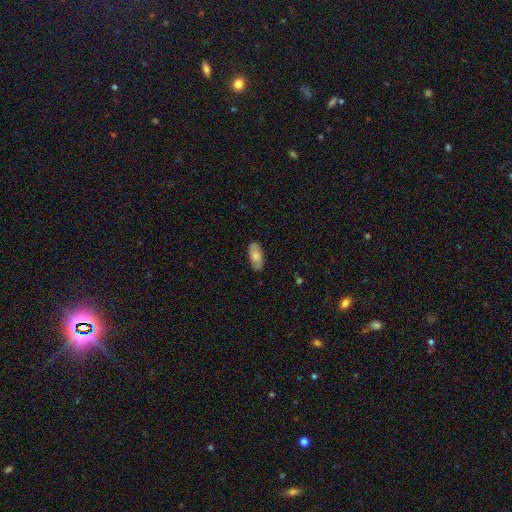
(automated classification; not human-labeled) A smooth galaxy with no disk features (61%) that is in between round and cigar-shaped (90%). Merging: none (81%).